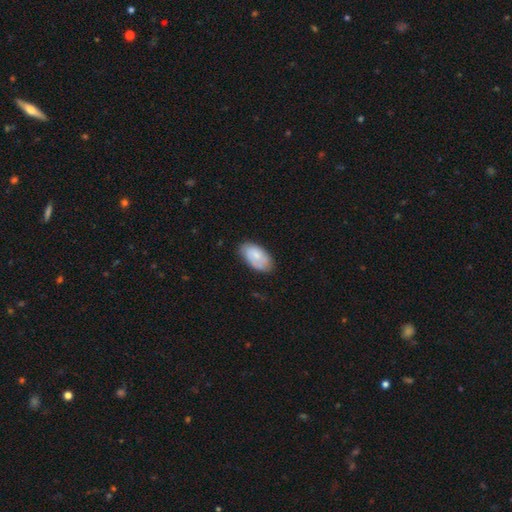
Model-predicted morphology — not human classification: Smooth or featured?
  - smooth: 71% *
  - featured or disk: 23%
  - star or artifact: 6%
How rounded?
  - in between: 94% *
  - round: 3%
  - cigar-shaped: 2%
Merging?
  - none: 73% *
  - minor disturbance: 22%
  - major disturbance: 4%
  - merger: 1%